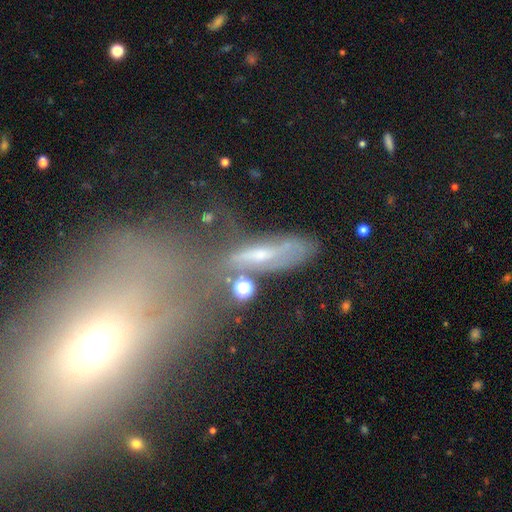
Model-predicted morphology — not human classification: Smooth or featured: featured or disk — 54% (smooth — 30%)
Edge-on disk: no — 61% (yes — 39%)
Merging: none — 46% (minor disturbance — 21%)